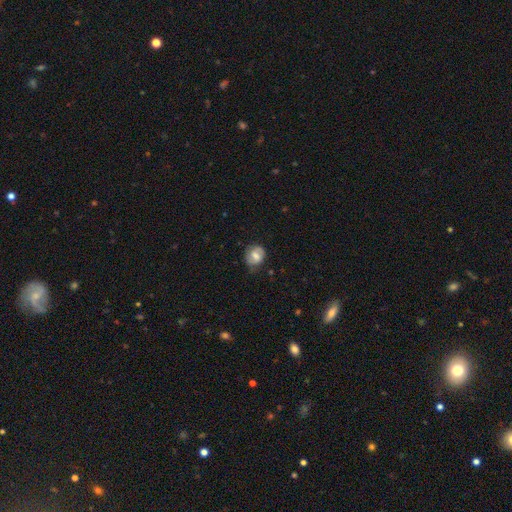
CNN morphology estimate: smooth-or-featured: smooth: 53% | featured or disk: 38% | star or artifact: 8%
  how-rounded: round: 67% | in between: 32% | cigar-shaped: 1%
  merging: none: 69% | minor disturbance: 23% | major disturbance: 7% | merger: 1%